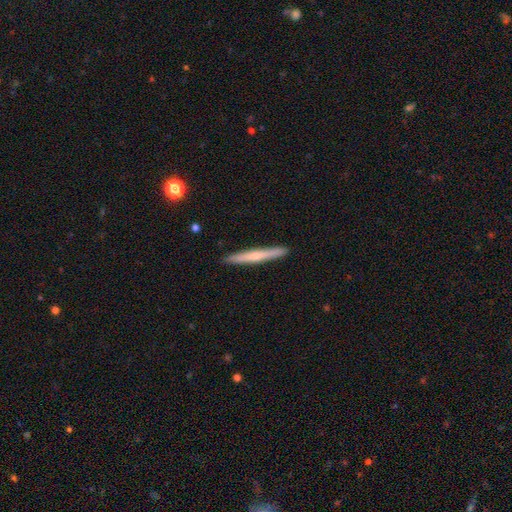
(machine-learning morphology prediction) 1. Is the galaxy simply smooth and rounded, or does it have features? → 50% smooth, 44% featured or disk, 6% star or artifact.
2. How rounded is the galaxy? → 96% cigar-shaped, 2% in between, 1% round.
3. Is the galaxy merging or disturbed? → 92% none, 6% minor disturbance, 1% major disturbance, 1% merger.